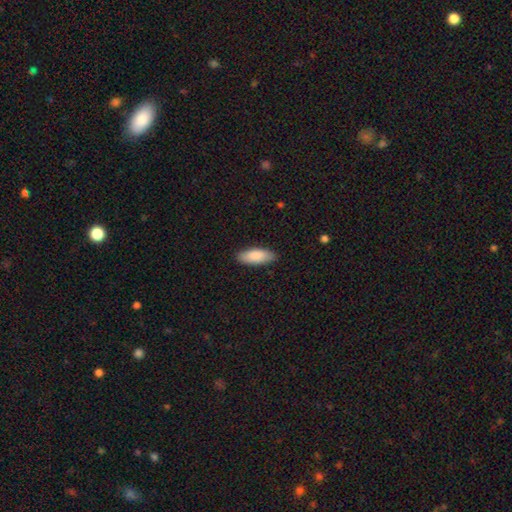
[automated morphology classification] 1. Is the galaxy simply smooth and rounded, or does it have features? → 87% smooth, 7% featured or disk, 5% star or artifact.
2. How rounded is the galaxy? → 74% in between, 24% cigar-shaped, 2% round.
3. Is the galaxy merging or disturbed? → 88% none, 9% minor disturbance, 2% major disturbance, 1% merger.